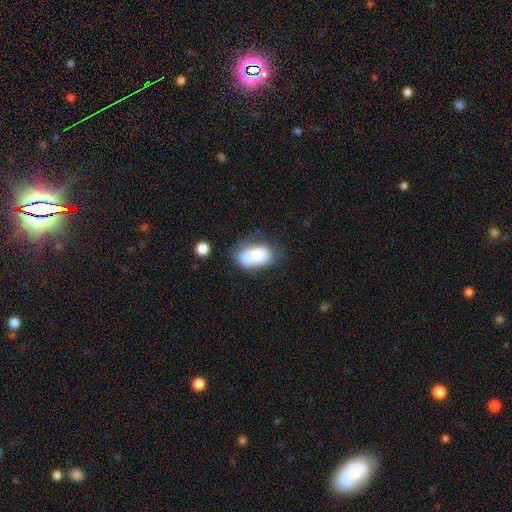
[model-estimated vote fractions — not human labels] This appears to be a smooth galaxy with no disk features (71%) that is in between round and cigar-shaped (91%). Merging: none (40%).